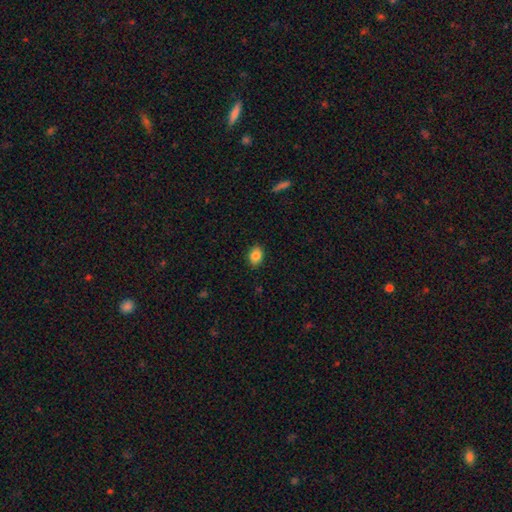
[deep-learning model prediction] This is clearly a smooth galaxy (86%). How rounded: likely in between (71%). Merging: clearly none (88%).